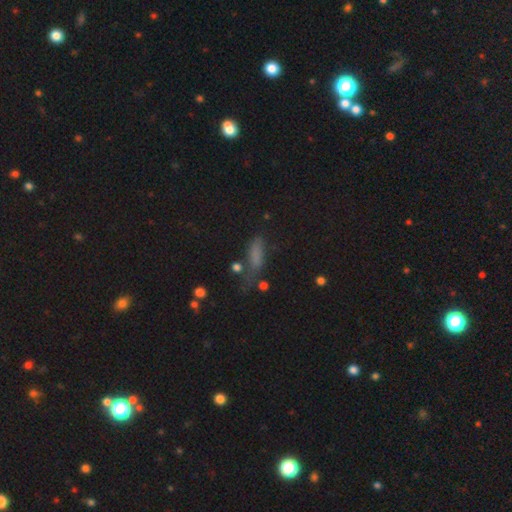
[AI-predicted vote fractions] This appears to be a smooth galaxy with no disk features (68%) that is cigar-shaped (49%). Merging: none (45%).